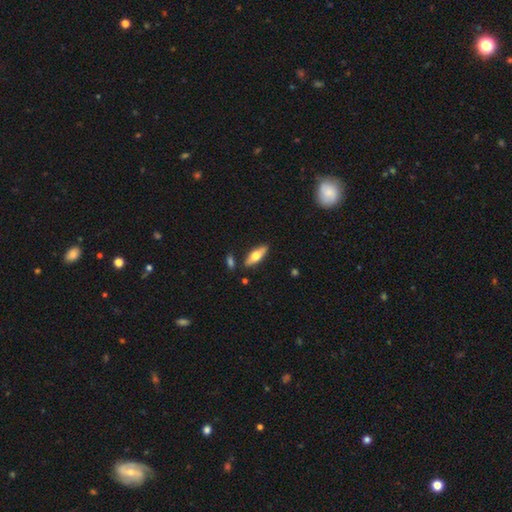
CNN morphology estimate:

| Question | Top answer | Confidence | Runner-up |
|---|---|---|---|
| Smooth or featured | smooth | 54% | featured or disk (40%) |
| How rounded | in between | 56% | cigar-shaped (41%) |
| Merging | none | 83% | minor disturbance (10%) |